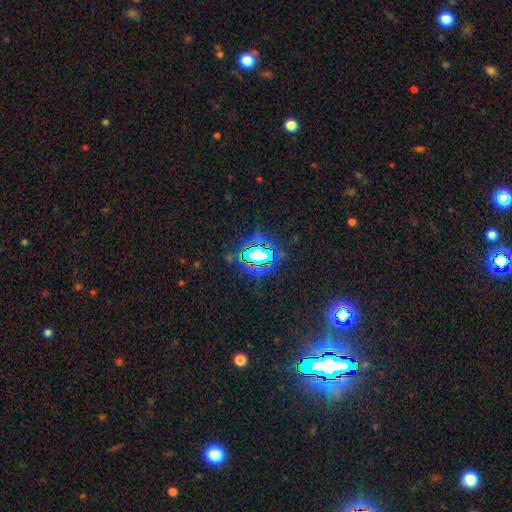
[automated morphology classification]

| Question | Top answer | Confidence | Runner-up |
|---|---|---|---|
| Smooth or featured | star or artifact | 74% | smooth (16%) |